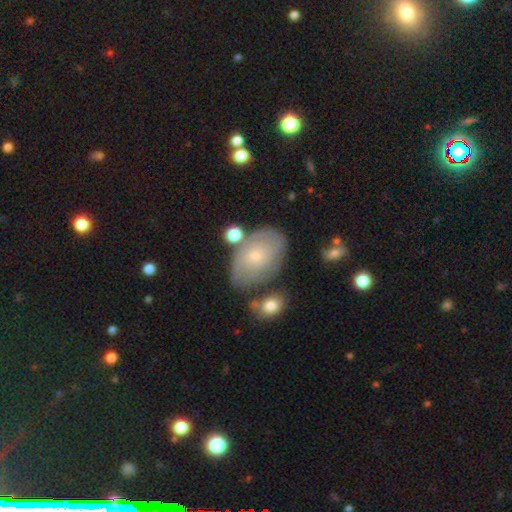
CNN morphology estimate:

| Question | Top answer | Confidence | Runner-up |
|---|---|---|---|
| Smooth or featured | featured or disk | 47% | smooth (46%) |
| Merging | none | 62% | minor disturbance (22%) |